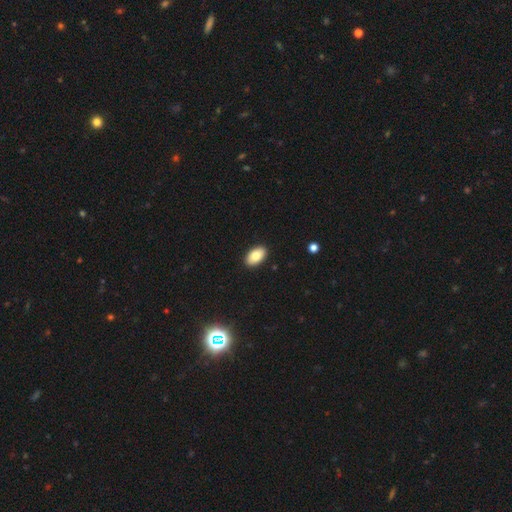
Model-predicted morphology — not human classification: Smooth or featured? smooth (83%)
How rounded? in between (94%)
Merging? none (91%)